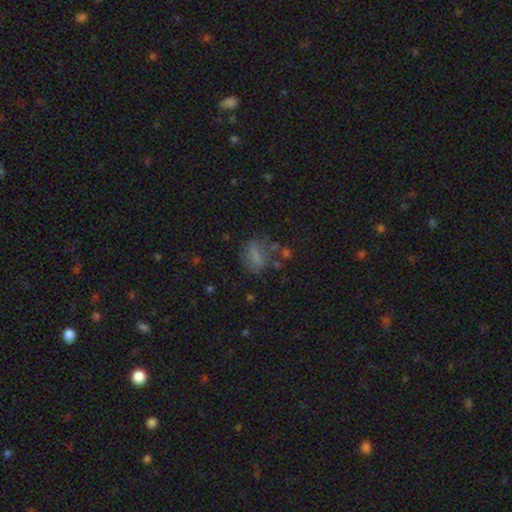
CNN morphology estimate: Smooth or featured: smooth — 67% (featured or disk — 19%)
How rounded: in between — 62% (round — 31%)
Merging: none — 61% (minor disturbance — 20%)